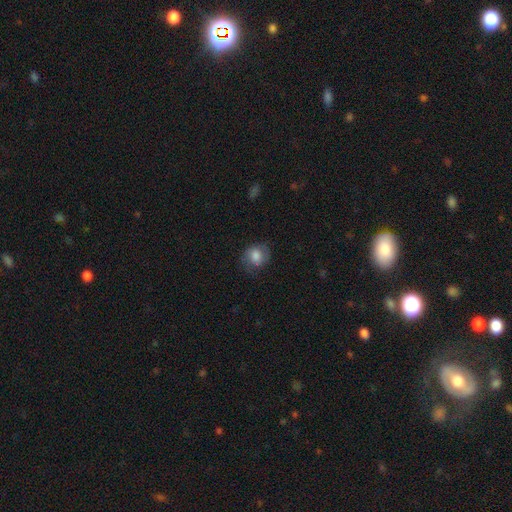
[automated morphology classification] A smooth galaxy with no disk features (72%) that is round (62%). Merging: none (65%).